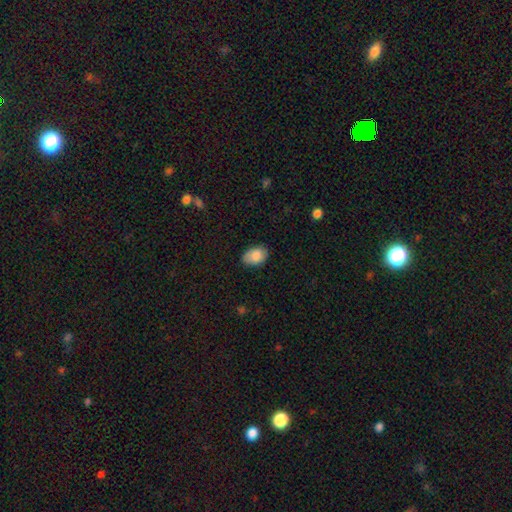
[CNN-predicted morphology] Smooth or featured? Predicted: smooth (p=0.84). How rounded? Predicted: in between (p=0.86). Merging? Predicted: none (p=0.82).